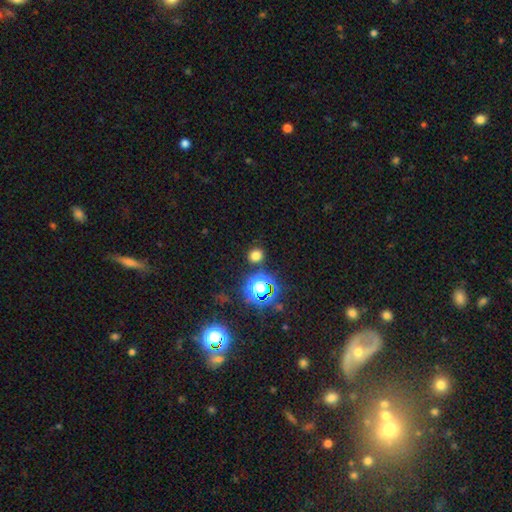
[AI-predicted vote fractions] Overall: smooth (70%). How rounded: round (85%). Merging: none (86%).